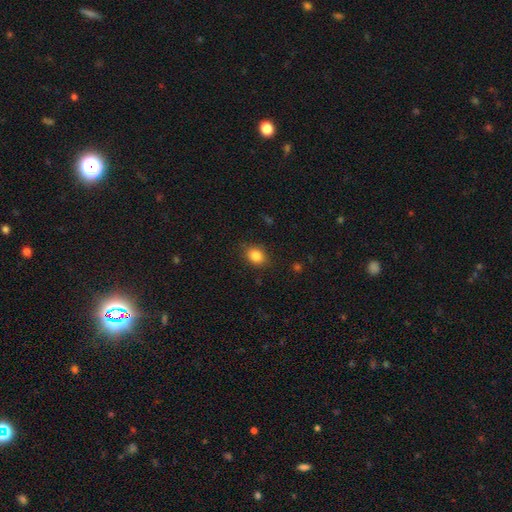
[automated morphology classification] smooth_or_featured: smooth (p=0.85) [alt: star or artifact p=0.10]
how_rounded: in between (p=0.56) [alt: round p=0.42]
merging: none (p=0.82) [alt: minor disturbance p=0.13]